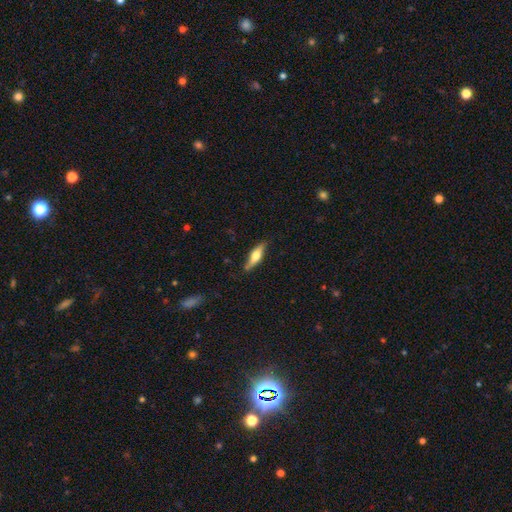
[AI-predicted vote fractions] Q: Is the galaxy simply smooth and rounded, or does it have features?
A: smooth — 51%.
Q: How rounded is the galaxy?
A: cigar-shaped — 60%.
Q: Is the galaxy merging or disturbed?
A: none — 78%.